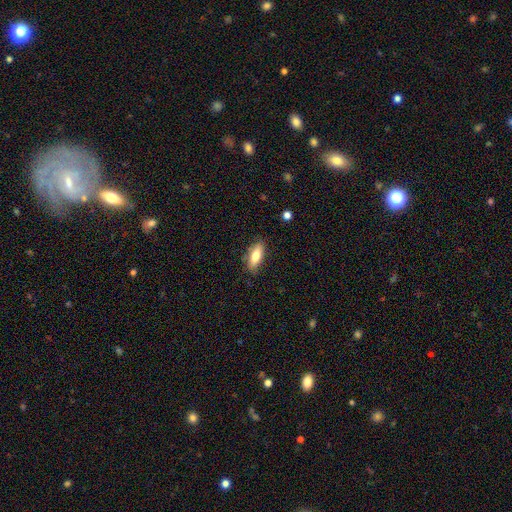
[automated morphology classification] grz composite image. It shows a smooth galaxy with no disk features (75%) that is in between round and cigar-shaped (74%). Merging: none (82%).